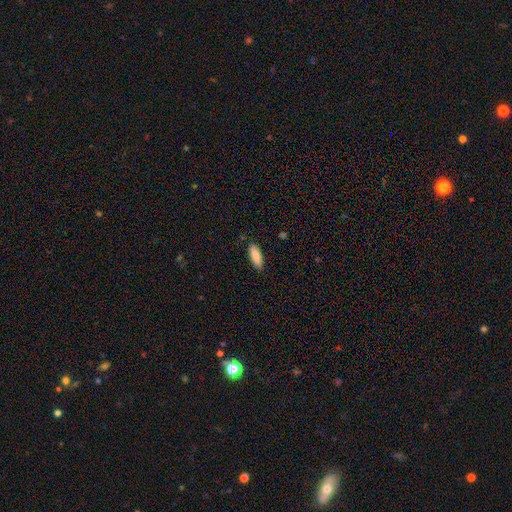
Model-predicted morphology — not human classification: A smooth galaxy with no disk features (87%) that is in between round and cigar-shaped (55%). Merging: none (86%).